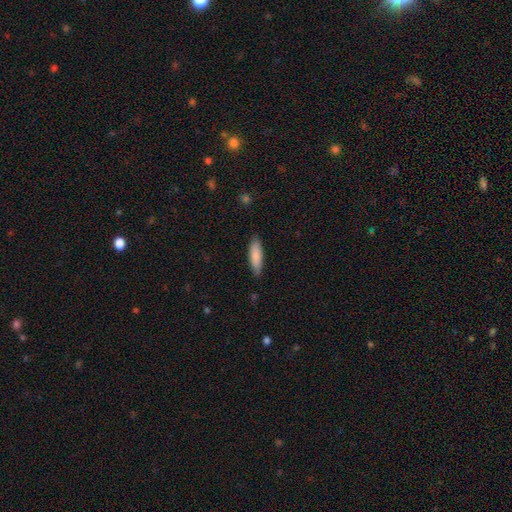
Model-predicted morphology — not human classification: A smooth galaxy with no disk features (85%) that is cigar-shaped (56%).

Vote fractions:
- Smooth or featured? smooth: 85% / featured or disk: 10% / star or artifact: 6%
- How rounded? cigar-shaped: 56% / in between: 42% / round: 1%
- Merging? none: 85% / minor disturbance: 12% / major disturbance: 2% / merger: 1%